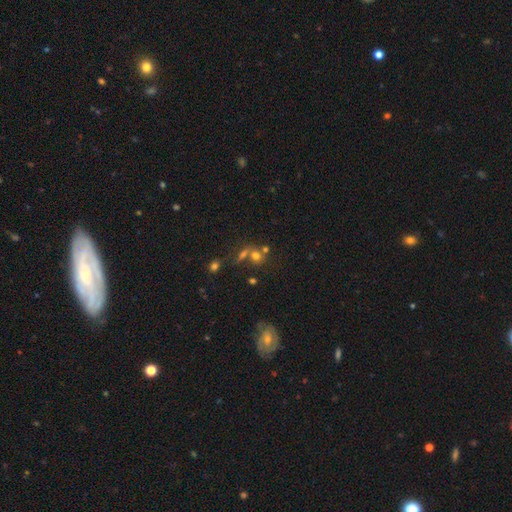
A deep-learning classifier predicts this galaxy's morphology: type=smooth (63%); roundness=round (74%); merging=none (44%).